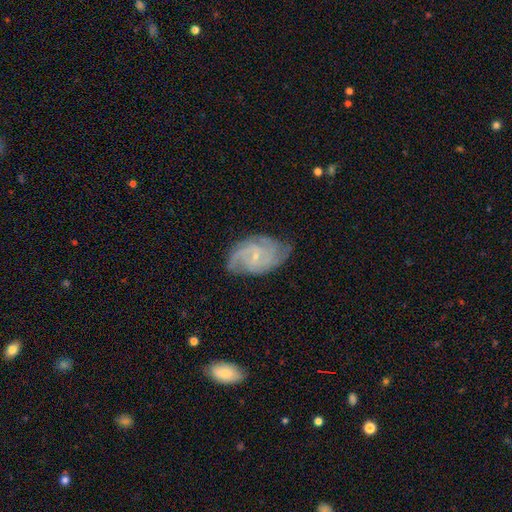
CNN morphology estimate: smooth-or-featured: featured or disk: 85% | smooth: 9% | star or artifact: 6%
  disk-edge-on: no: 97% | yes: 3%
    bar: no: 53% | weak: 40% | strong: 7%
    has-spiral-arms: yes: 97% | no: 3%
      spiral-winding: tight: 48% | medium: 41% | loose: 11%
      spiral-arm-count: 2: 33% | 3: 26% | can't tell: 21% | 4: 10% | 1: 6% | more than 4: 5%
    bulge-size: small: 79% | moderate: 15% | none: 4% | large: 1% | dominant: 1%
  merging: none: 71% | minor disturbance: 21% | major disturbance: 6% | merger: 1%